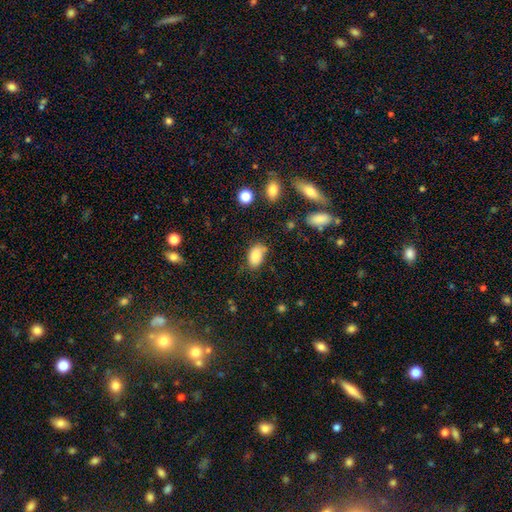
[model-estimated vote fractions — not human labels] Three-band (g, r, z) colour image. It shows a smooth galaxy with no disk features (85%) that is in between round and cigar-shaped (92%). Merging: none (67%).